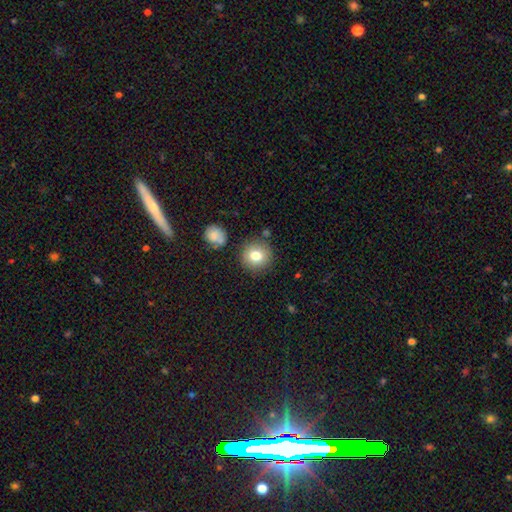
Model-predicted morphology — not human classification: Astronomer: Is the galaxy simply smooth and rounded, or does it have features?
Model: smooth — 79%.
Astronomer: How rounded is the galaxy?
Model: round — 93%.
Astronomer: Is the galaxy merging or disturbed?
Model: none — 84%.